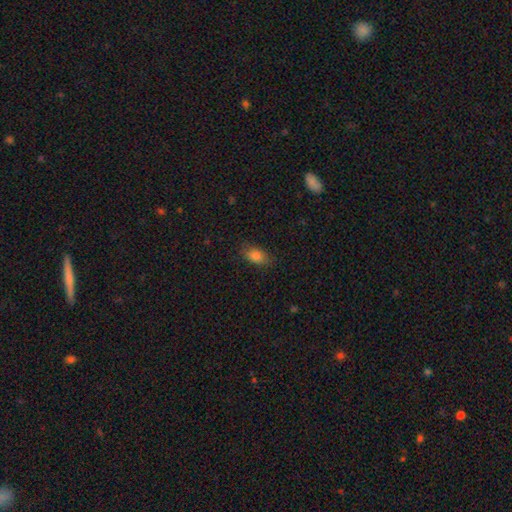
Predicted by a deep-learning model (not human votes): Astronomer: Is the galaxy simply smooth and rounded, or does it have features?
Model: smooth — 83%.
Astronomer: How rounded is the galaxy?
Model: in between — 87%.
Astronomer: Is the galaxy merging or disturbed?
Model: none — 78%.